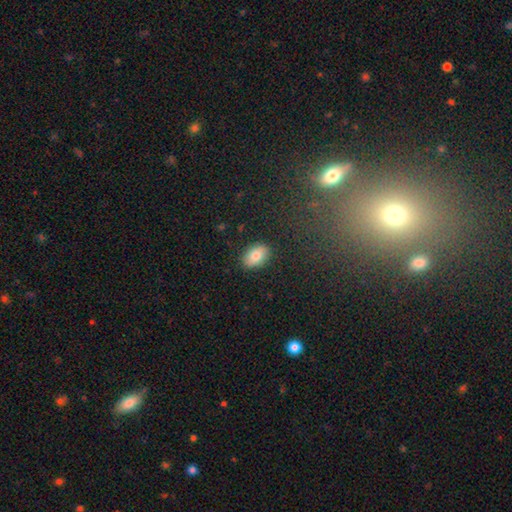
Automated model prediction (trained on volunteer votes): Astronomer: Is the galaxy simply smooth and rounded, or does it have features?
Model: smooth — 81%.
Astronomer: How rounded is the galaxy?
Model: in between — 89%.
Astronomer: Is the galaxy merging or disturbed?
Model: none — 87%.